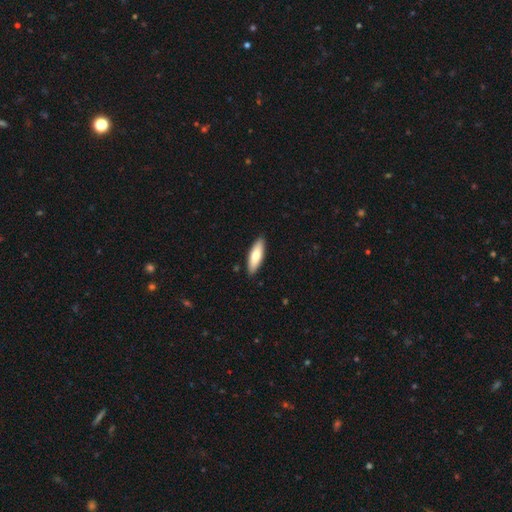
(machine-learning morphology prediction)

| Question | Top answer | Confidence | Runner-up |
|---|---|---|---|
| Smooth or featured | smooth | 74% | featured or disk (20%) |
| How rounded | in between | 52% | cigar-shaped (47%) |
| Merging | none | 89% | minor disturbance (8%) |